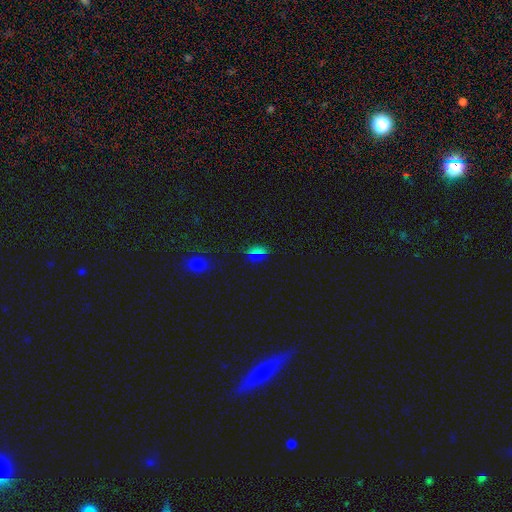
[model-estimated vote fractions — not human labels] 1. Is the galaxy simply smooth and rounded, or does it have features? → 60% smooth, 32% star or artifact, 8% featured or disk.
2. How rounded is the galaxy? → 63% in between, 27% round, 10% cigar-shaped.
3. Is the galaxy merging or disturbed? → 84% none, 10% minor disturbance, 4% major disturbance, 2% merger.